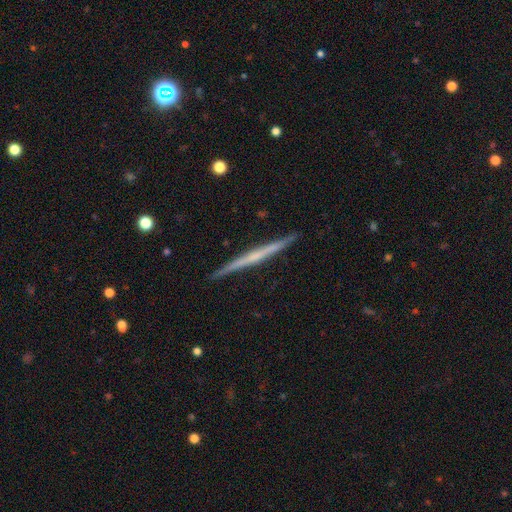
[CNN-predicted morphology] This is likely a featured or disk galaxy (65%). It is clearly viewed edge-on (98%). Edge-on bulge: likely none (76%). Merging: clearly none (92%).